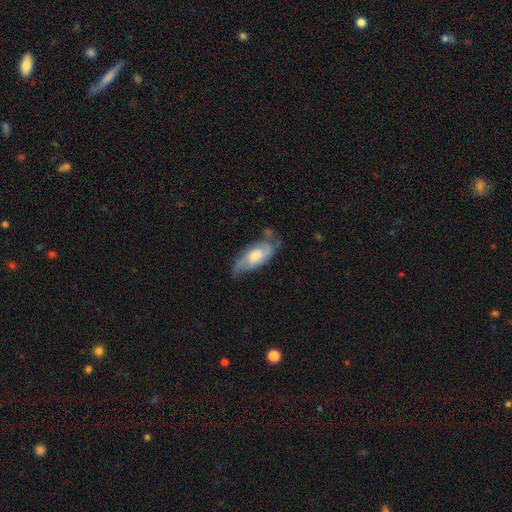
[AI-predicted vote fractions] Q: Smooth or featured?
A: featured or disk (69%); runner-up: smooth (25%)
Q: Edge-on disk?
A: no (90%); runner-up: yes (10%)
Q: Bar?
A: no (60%); runner-up: weak (33%)
Q: Spiral arms?
A: yes (91%); runner-up: no (9%)
Q: Spiral winding?
A: medium (45%); runner-up: tight (30%)
Q: Spiral arm count?
A: 2 (70%); runner-up: can't tell (17%)
Q: Bulge size?
A: moderate (55%); runner-up: small (22%)
Q: Merging?
A: none (56%); runner-up: minor disturbance (28%)